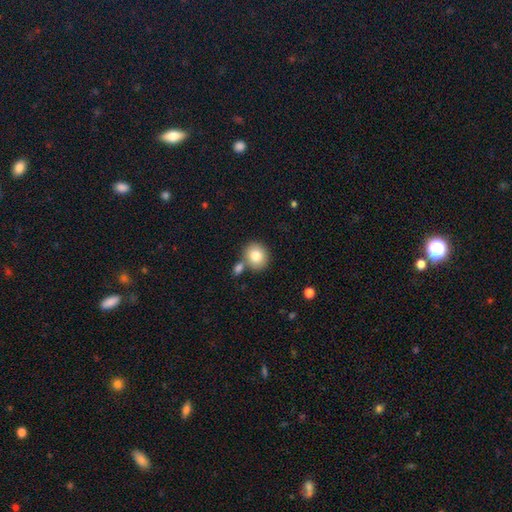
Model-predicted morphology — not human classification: This is clearly a smooth galaxy (80%). How rounded: likely round (79%). Merging: likely none (67%).